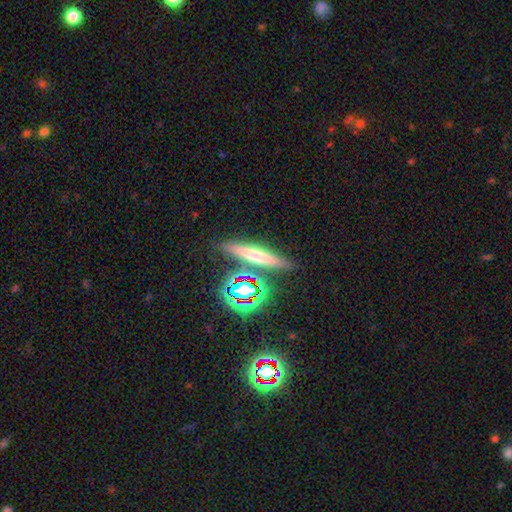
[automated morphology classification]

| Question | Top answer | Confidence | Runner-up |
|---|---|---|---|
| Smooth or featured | smooth | 44% | featured or disk (37%) |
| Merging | none | 80% | minor disturbance (10%) |